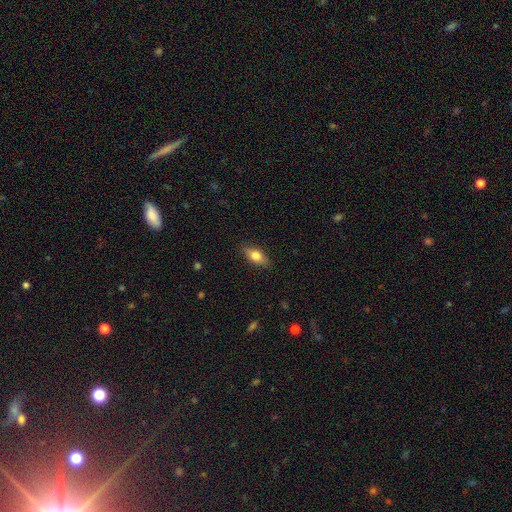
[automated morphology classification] Smooth or featured: smooth — 72% (featured or disk — 21%)
How rounded: in between — 80% (cigar-shaped — 15%)
Merging: none — 86% (minor disturbance — 11%)